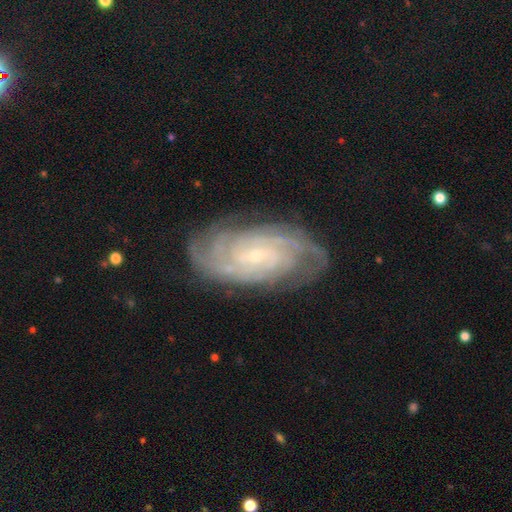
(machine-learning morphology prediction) type=featured or disk (89%); edge-on=no (96%); bar=no (63%); spiral arms=yes (98%); winding=tight (78%); arm count=can't tell (25%); bulge=small (82%); merging=none (80%).